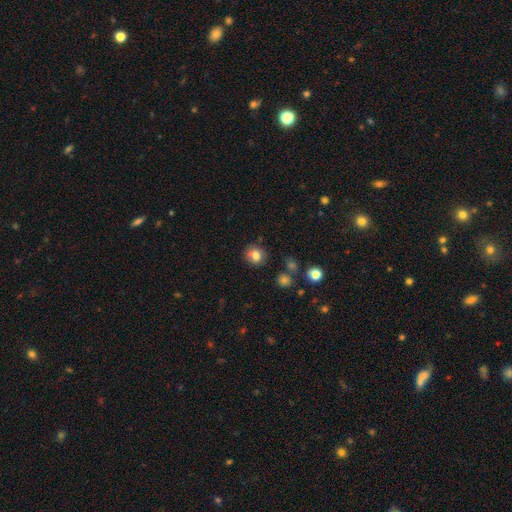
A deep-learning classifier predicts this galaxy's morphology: Overall: smooth (80%). How rounded: round (80%). Merging: none (80%).